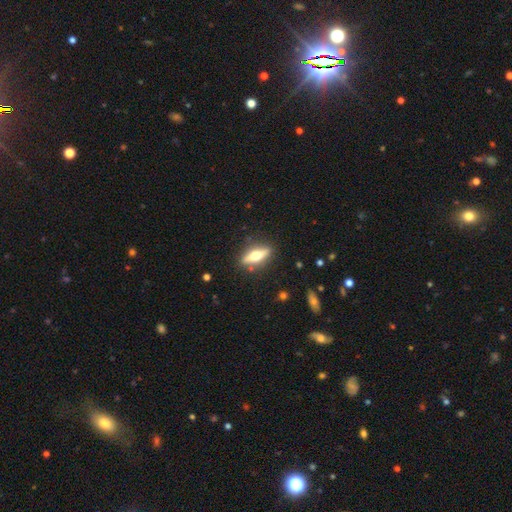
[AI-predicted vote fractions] Smooth or featured?
  - featured or disk: 50% *
  - smooth: 43%
  - star or artifact: 6%
Edge-on disk?
  - yes: 86% *
  - no: 14%
Merging?
  - none: 86% *
  - minor disturbance: 10%
  - major disturbance: 3%
  - merger: 2%